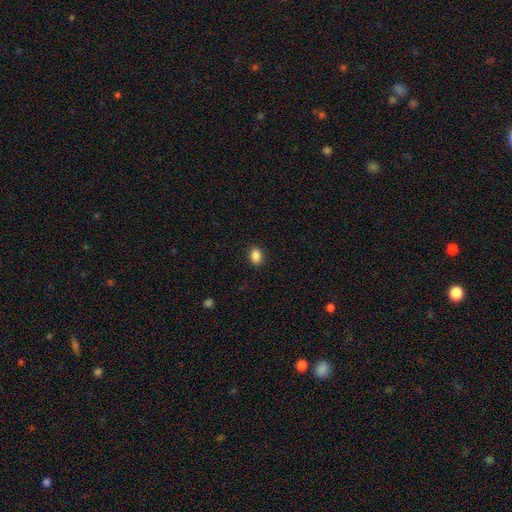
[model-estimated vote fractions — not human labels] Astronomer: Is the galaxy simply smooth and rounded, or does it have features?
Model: smooth — 87%.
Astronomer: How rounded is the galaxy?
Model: in between — 69%.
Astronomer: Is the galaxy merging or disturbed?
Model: none — 90%.